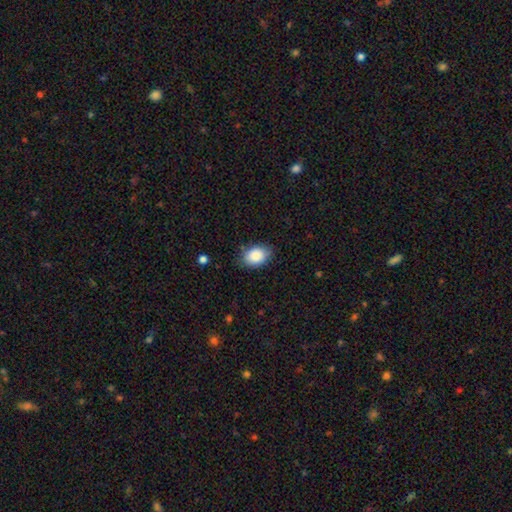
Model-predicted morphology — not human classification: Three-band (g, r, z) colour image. It shows a smooth galaxy with no disk features (88%) that is in between round and cigar-shaped (79%). Merging: none (80%).